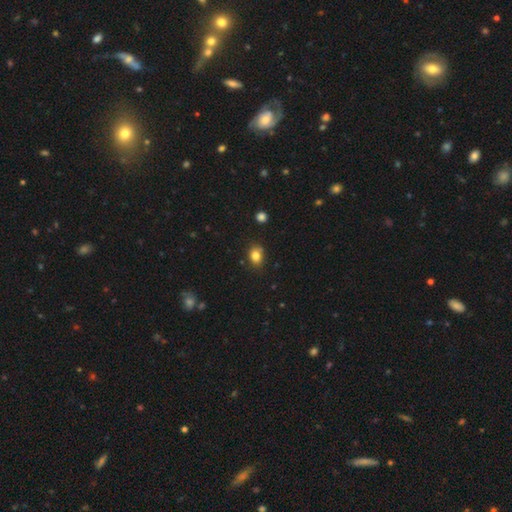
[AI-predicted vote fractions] smooth-or-featured: smooth: 82% | star or artifact: 11% | featured or disk: 7%
  how-rounded: in between: 55% | round: 44% | cigar-shaped: 1%
  merging: none: 80% | minor disturbance: 15% | major disturbance: 3% | merger: 2%